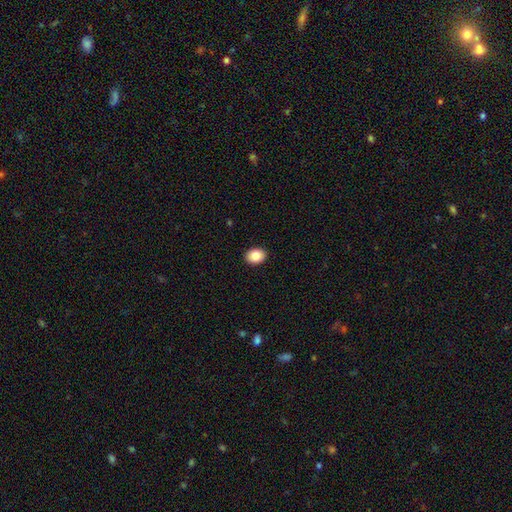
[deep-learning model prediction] Q: Smooth or featured?
A: smooth (86%); runner-up: star or artifact (8%)
Q: How rounded?
A: in between (65%); runner-up: round (34%)
Q: Merging?
A: none (91%); runner-up: minor disturbance (6%)